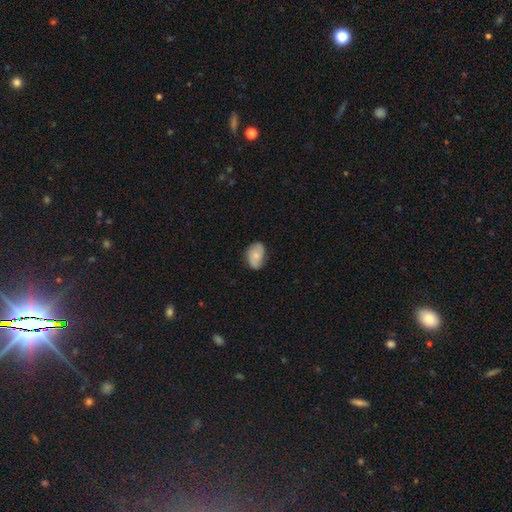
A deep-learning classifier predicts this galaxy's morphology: This appears to be a smooth galaxy with no disk features (65%) that is in between round and cigar-shaped (85%). Merging: none (70%).